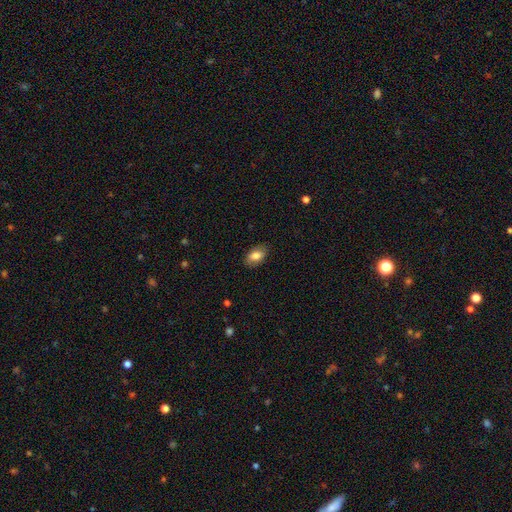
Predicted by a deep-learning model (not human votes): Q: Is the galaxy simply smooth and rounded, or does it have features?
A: smooth — 81%.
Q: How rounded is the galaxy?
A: in between — 92%.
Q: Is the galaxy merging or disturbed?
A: none — 85%.